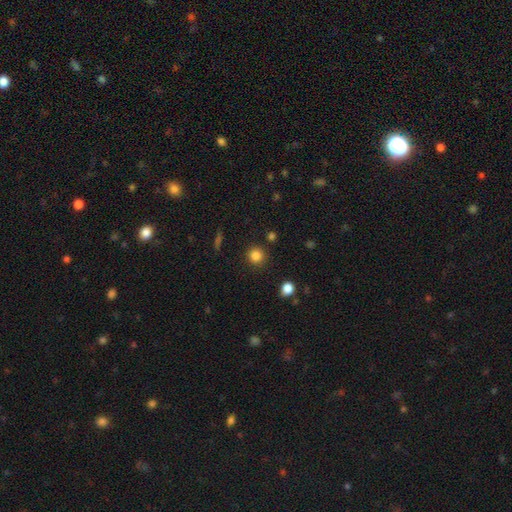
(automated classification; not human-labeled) Smooth or featured? smooth (84%)
How rounded? round (93%)
Merging? none (88%)